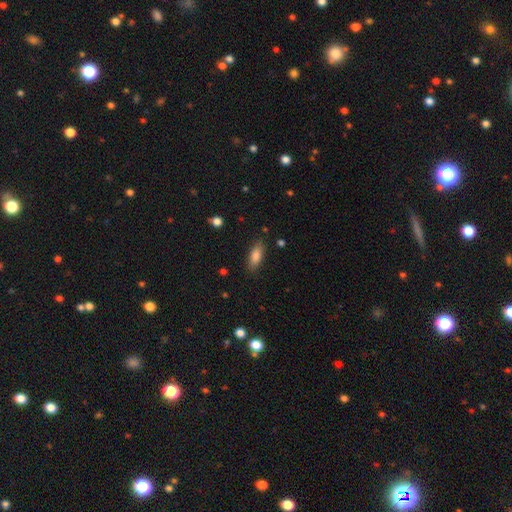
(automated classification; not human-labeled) Smooth or featured? smooth (83%)
How rounded? in between (73%)
Merging? none (84%)